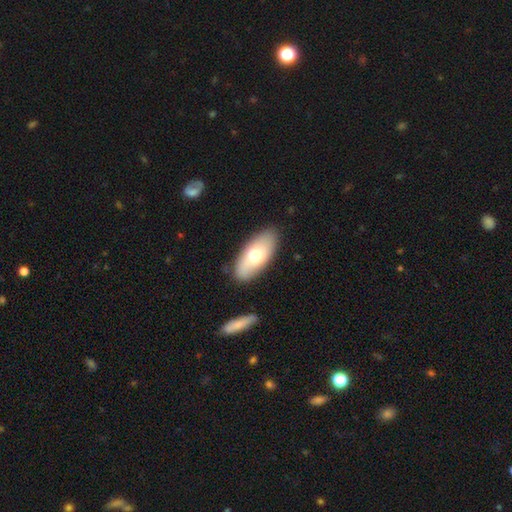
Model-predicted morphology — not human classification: type=smooth (69%); roundness=in between (88%); merging=none (85%).